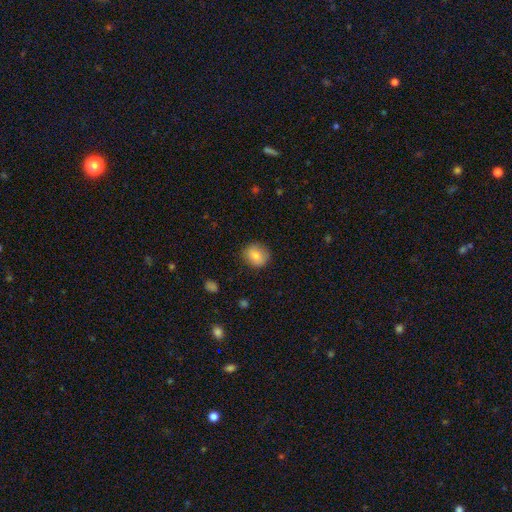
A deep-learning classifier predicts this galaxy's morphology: Smooth or featured: smooth — 79% (featured or disk — 13%)
How rounded: round — 78% (in between — 21%)
Merging: none — 85% (minor disturbance — 11%)